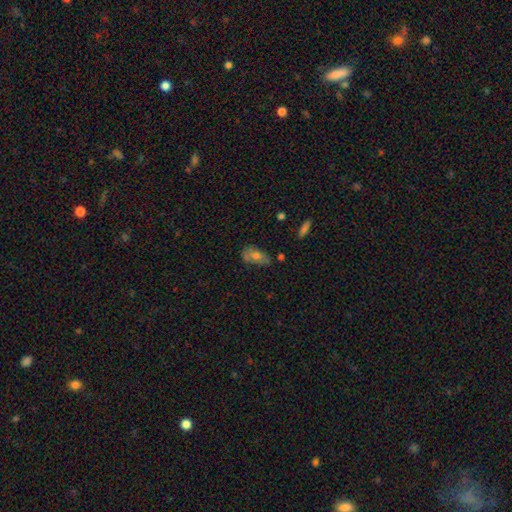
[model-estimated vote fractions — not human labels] Smooth or featured? Predicted: smooth (p=0.65). How rounded? Predicted: in between (p=0.85). Merging? Predicted: none (p=0.54).